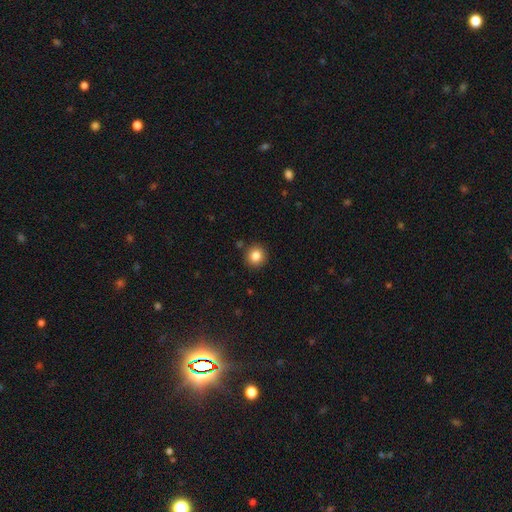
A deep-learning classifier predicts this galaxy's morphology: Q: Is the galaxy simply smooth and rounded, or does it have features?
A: smooth — 84%.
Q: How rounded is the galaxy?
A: round — 91%.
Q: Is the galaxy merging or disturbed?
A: none — 89%.